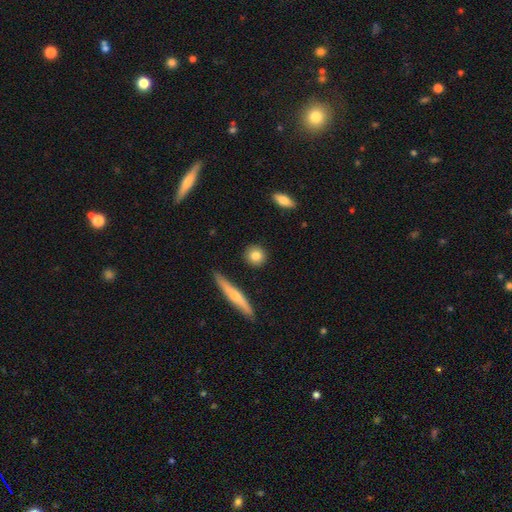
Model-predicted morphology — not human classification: This is clearly a smooth galaxy (82%). How rounded: clearly round (85%). Merging: clearly none (90%).